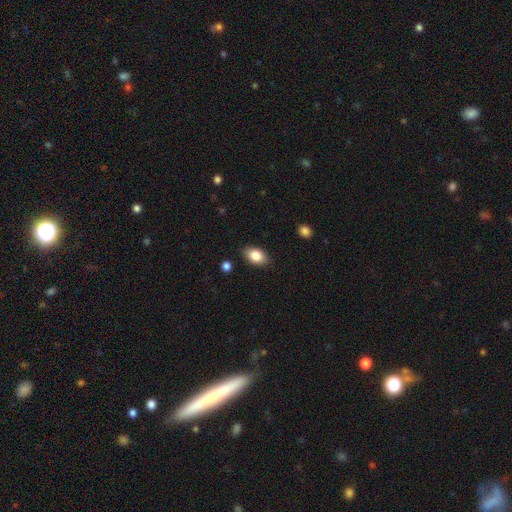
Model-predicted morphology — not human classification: smooth_or_featured: smooth (p=0.85) [alt: featured or disk p=0.08]
how_rounded: in between (p=0.86) [alt: round p=0.12]
merging: none (p=0.85) [alt: minor disturbance p=0.11]